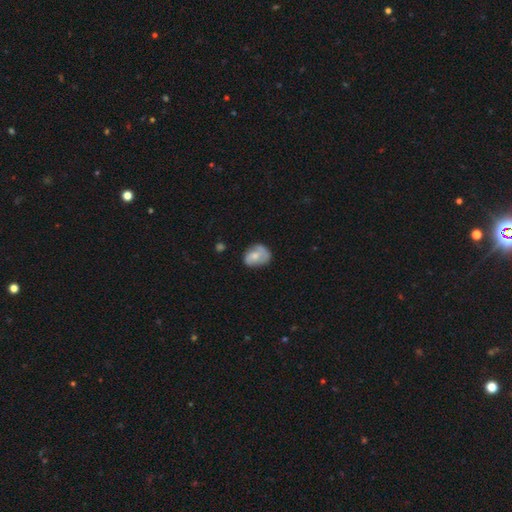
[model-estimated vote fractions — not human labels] This is possibly a smooth galaxy (57%). How rounded: likely in between (61%). Merging: possibly none (50%).